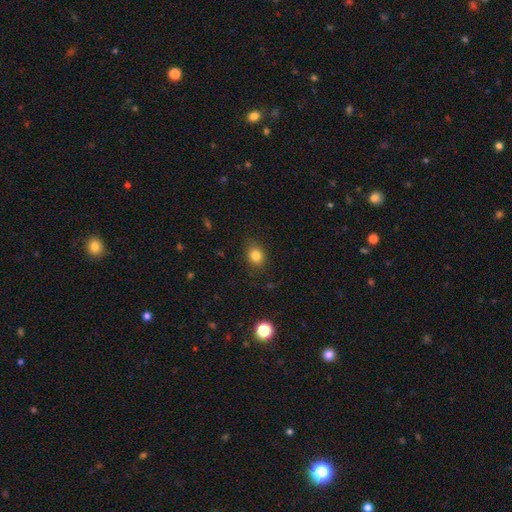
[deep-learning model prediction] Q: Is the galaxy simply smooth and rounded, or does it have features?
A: smooth — 82%.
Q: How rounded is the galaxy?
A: round — 55%.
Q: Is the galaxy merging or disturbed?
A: none — 82%.